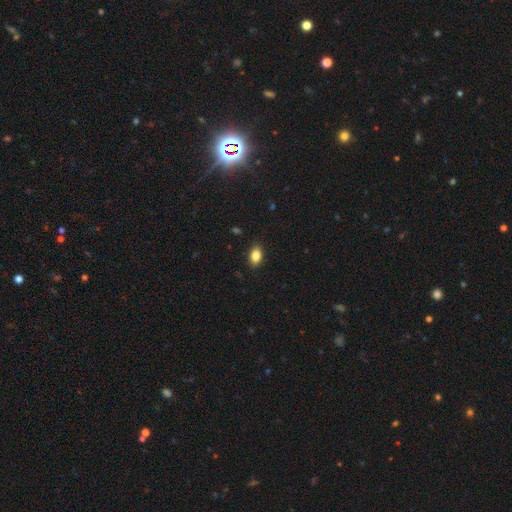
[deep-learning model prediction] A smooth galaxy with no disk features (85%) that is in between round and cigar-shaped (87%).

Vote fractions:
- Smooth or featured? smooth: 85% / star or artifact: 9% / featured or disk: 6%
- How rounded? in between: 87% / round: 12% / cigar-shaped: 2%
- Merging? none: 88% / minor disturbance: 9% / major disturbance: 2% / merger: 1%